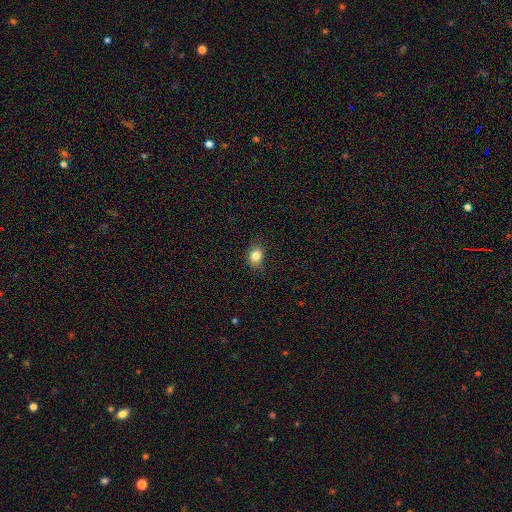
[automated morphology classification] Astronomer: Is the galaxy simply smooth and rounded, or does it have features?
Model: smooth — 83%.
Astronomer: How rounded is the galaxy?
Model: round — 59% (runner-up: in between, 40%).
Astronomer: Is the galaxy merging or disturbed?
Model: none — 81%.